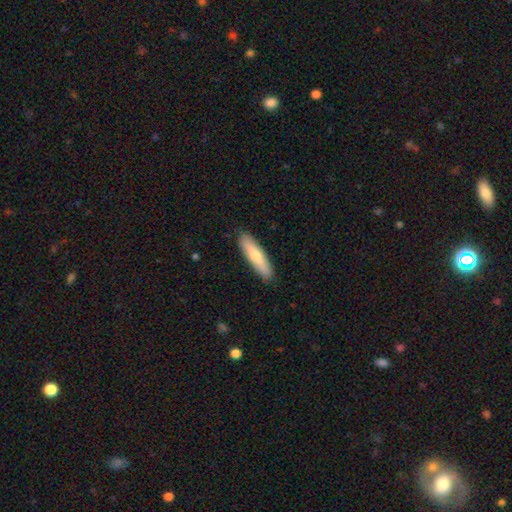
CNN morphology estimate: Smooth or featured: smooth — 69% (featured or disk — 26%)
How rounded: cigar-shaped — 71% (in between — 27%)
Merging: none — 89% (minor disturbance — 9%)